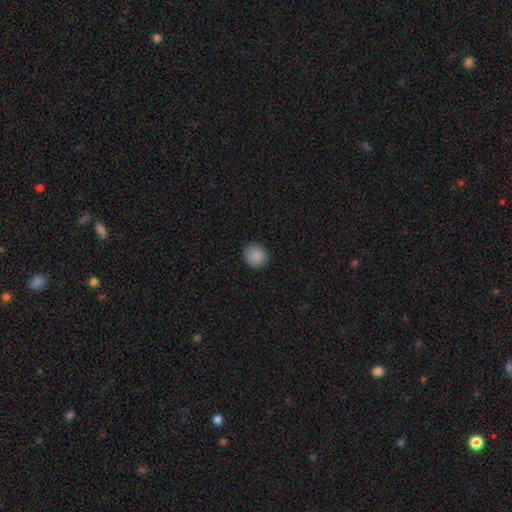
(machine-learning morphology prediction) The model was most divided on "how rounded": round: 82%, in between: 17%, cigar-shaped: 1%. More confident: smooth or featured — smooth (87%); merging — none (86%).